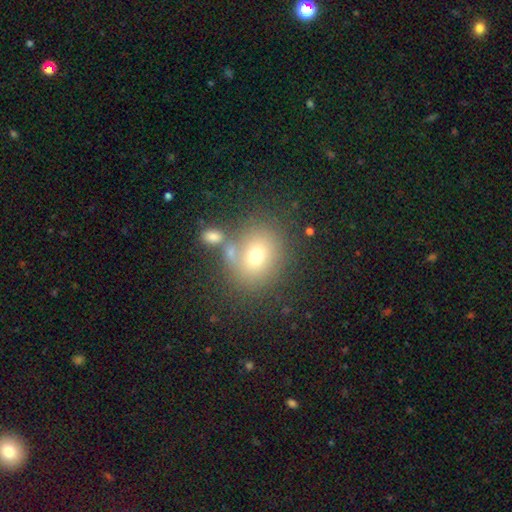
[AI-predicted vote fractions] A smooth galaxy with no disk features (68%) that is round (66%).

Vote fractions:
- Smooth or featured? smooth: 68% / featured or disk: 17% / star or artifact: 15%
- How rounded? round: 66% / in between: 33% / cigar-shaped: 1%
- Merging? none: 64% / merger: 18% / minor disturbance: 13% / major disturbance: 6%